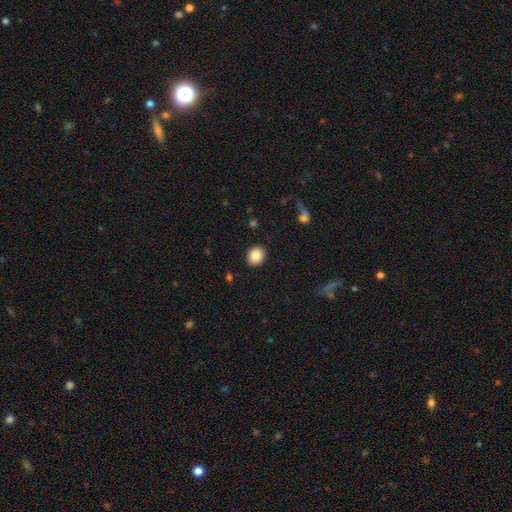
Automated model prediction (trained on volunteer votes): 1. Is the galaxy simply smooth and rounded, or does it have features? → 85% smooth, 9% star or artifact, 6% featured or disk.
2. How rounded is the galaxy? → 71% round, 28% in between, 1% cigar-shaped.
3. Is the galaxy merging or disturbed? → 91% none, 6% minor disturbance, 2% major disturbance, 1% merger.